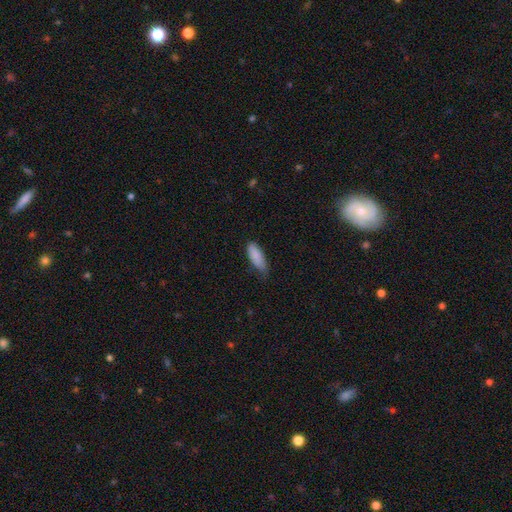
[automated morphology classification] smooth_or_featured: smooth (p=0.87) [alt: featured or disk p=0.07]
how_rounded: in between (p=0.73) [alt: cigar-shaped p=0.26]
merging: none (p=0.53) [alt: minor disturbance p=0.39]